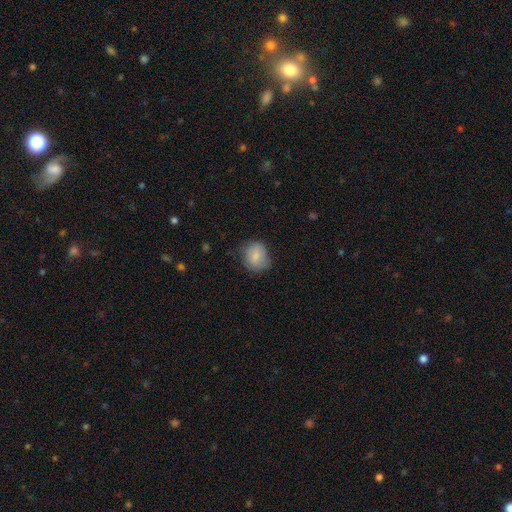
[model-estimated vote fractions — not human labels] Morphology: type=smooth (82%); roundness=round (66%); merging=none (63%).